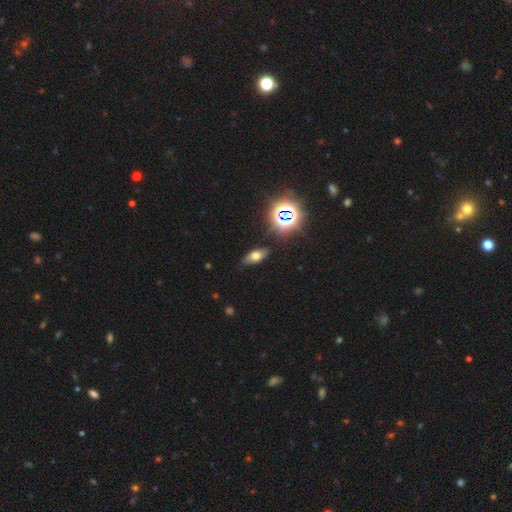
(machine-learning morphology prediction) This appears to be a smooth galaxy with no disk features (60%) that is in between round and cigar-shaped (83%). Merging: none (85%).